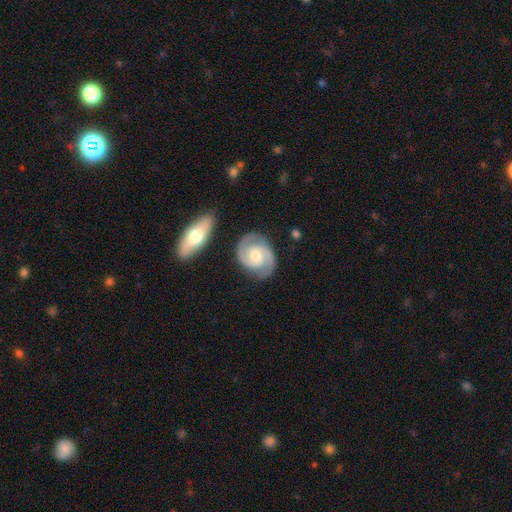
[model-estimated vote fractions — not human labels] A featured or disk galaxy (88%) with no bar (58%), 2 (92%) tight (52%) spiral arms (98%) and a moderate central bulge (66%). Merging: none (81%).